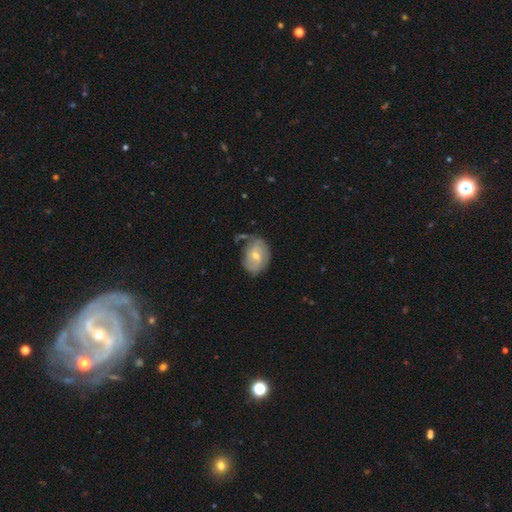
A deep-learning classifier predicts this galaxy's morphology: Q: Smooth or featured?
A: smooth (47%); runner-up: featured or disk (46%)
Q: Merging?
A: none (57%); runner-up: minor disturbance (28%)